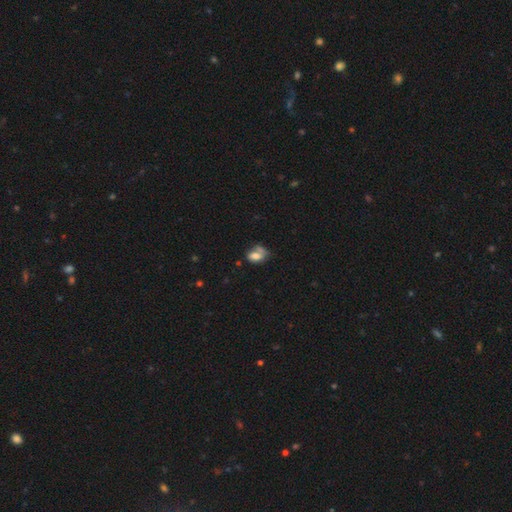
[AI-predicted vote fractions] Smooth or featured: smooth — 67% (featured or disk — 22%)
How rounded: in between — 76% (round — 21%)
Merging: none — 35% (merger — 28%)